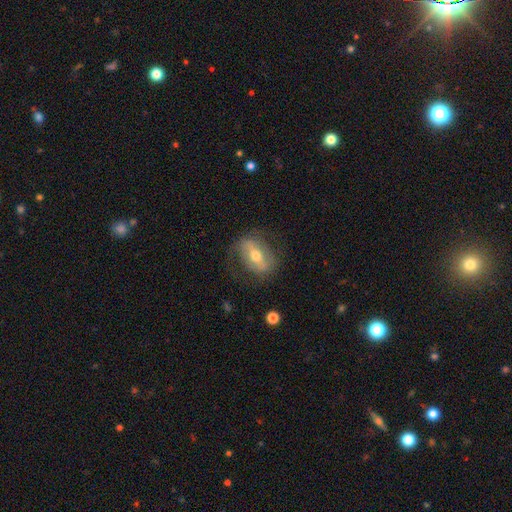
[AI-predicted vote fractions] This appears to be a featured or disk galaxy (62%) with a strong bar (52%), spiral arms (55%) and a moderate central bulge (70%). Merging: none (69%).